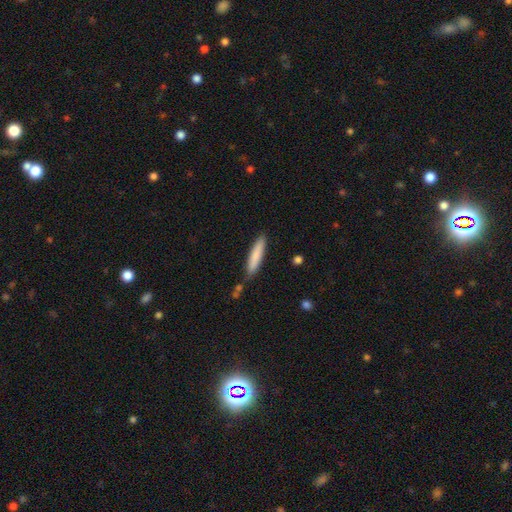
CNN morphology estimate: Smooth or featured?
  - smooth: 81% *
  - featured or disk: 13%
  - star or artifact: 6%
How rounded?
  - cigar-shaped: 86% *
  - in between: 13%
  - round: 1%
Merging?
  - none: 79% *
  - minor disturbance: 13%
  - merger: 5%
  - major disturbance: 3%